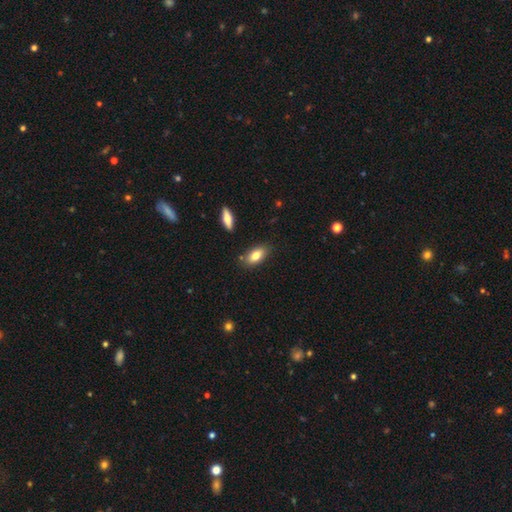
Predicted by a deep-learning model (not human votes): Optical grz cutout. It shows a smooth galaxy with no disk features (78%) that is in between round and cigar-shaped (88%). Merging: none (82%).